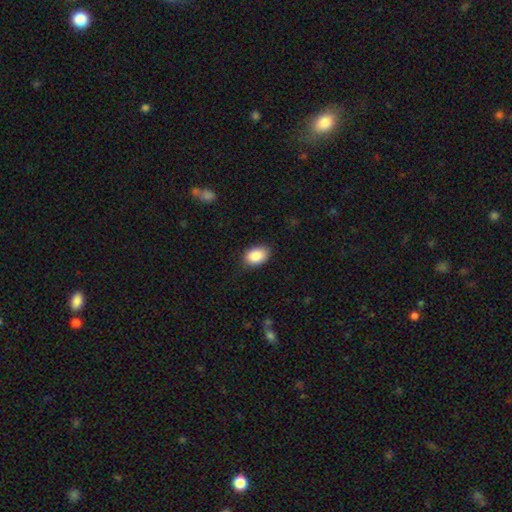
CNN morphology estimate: Smooth or featured? smooth (88%)
How rounded? in between (84%)
Merging? none (83%)